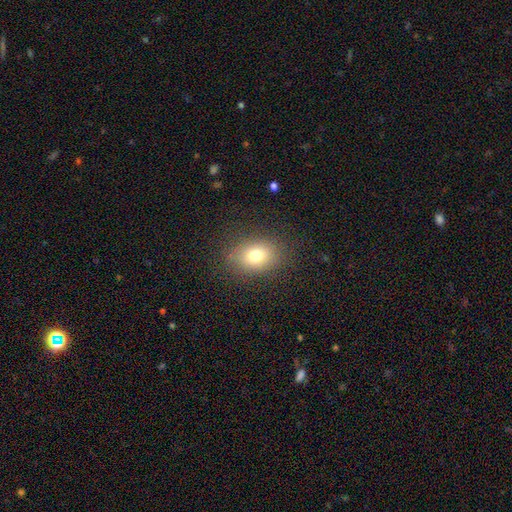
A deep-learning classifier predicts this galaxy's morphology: The model was most divided on "how rounded": in between: 70%, round: 28%, cigar-shaped: 1%. More confident: merging — none (84%); smooth or featured — smooth (75%).